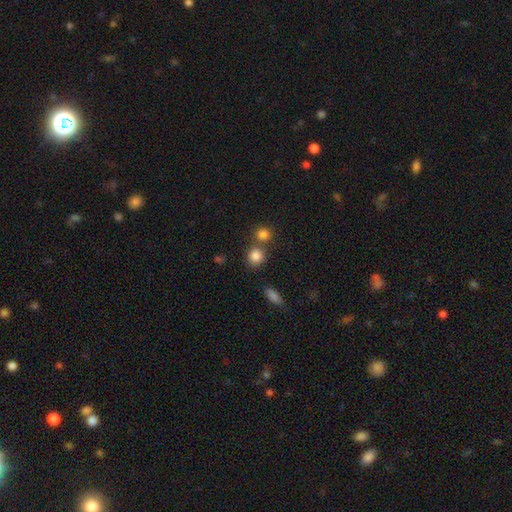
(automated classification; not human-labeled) smooth 84%, star or artifact 11%, featured or disk 5%. Down the decision tree: how rounded — round (85%); merging — none (61%).